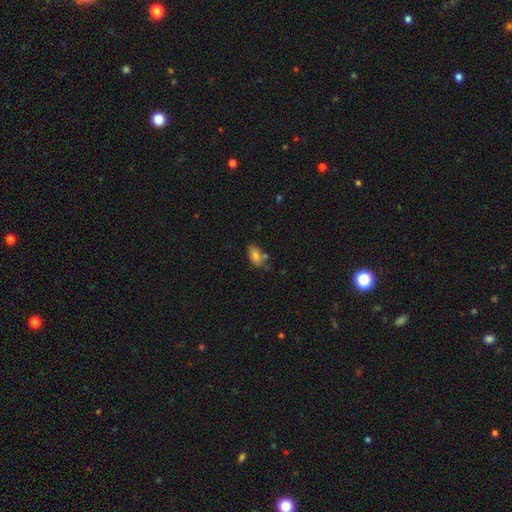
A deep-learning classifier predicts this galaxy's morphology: Smooth or featured? smooth (78%)
How rounded? in between (90%)
Merging? none (63%)